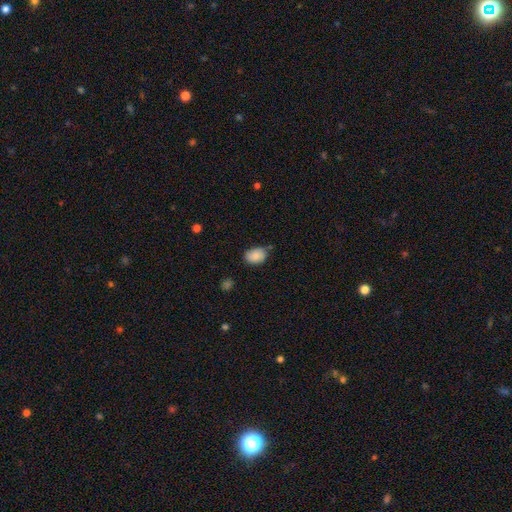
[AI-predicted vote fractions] Smooth or featured?
  - smooth: 87% *
  - star or artifact: 8%
  - featured or disk: 6%
How rounded?
  - in between: 79% *
  - round: 20%
  - cigar-shaped: 1%
Merging?
  - none: 67% *
  - minor disturbance: 25%
  - major disturbance: 4%
  - merger: 4%